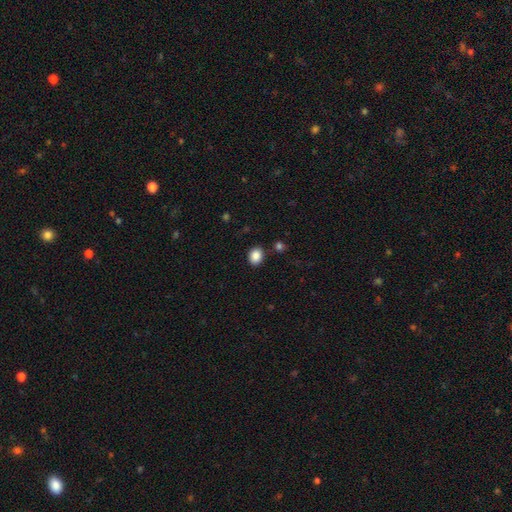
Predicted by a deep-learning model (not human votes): This is clearly a smooth galaxy (88%). How rounded: possibly in between (52%). Merging: clearly none (85%).